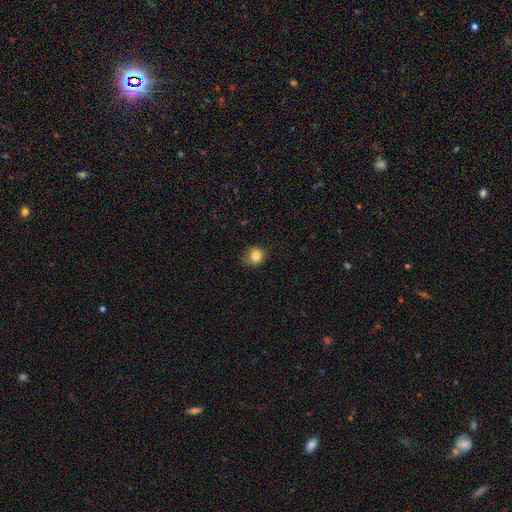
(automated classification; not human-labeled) Morphology: type=smooth (83%); roundness=round (82%); merging=none (71%).